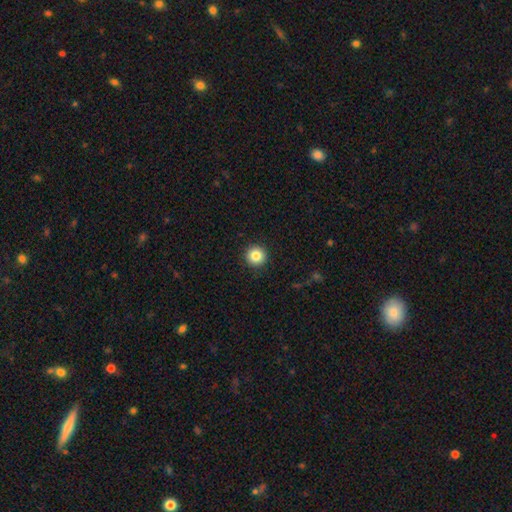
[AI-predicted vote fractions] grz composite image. It shows a smooth galaxy with no disk features (84%) that is round (96%). Merging: none (93%).